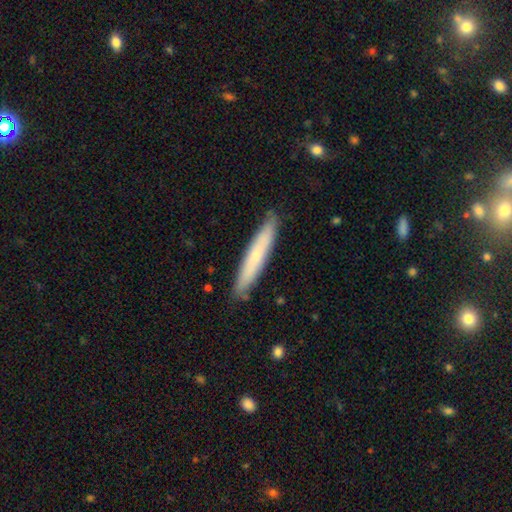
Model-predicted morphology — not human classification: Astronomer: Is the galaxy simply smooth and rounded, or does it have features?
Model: smooth — 61%.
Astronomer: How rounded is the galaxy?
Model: cigar-shaped — 92%.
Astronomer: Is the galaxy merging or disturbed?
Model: none — 86%.